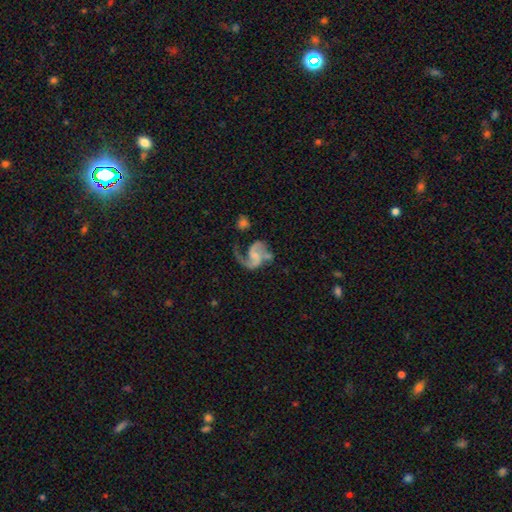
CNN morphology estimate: Q: Smooth or featured?
A: featured or disk (84%); runner-up: smooth (10%)
Q: Edge-on disk?
A: no (98%); runner-up: yes (2%)
Q: Bar?
A: no (46%); runner-up: weak (42%)
Q: Spiral arms?
A: yes (94%); runner-up: no (6%)
Q: Spiral winding?
A: loose (52%); runner-up: medium (40%)
Q: Spiral arm count?
A: 2 (69%); runner-up: 1 (25%)
Q: Bulge size?
A: small (39%); runner-up: none (33%)
Q: Merging?
A: none (39%); runner-up: major disturbance (32%)